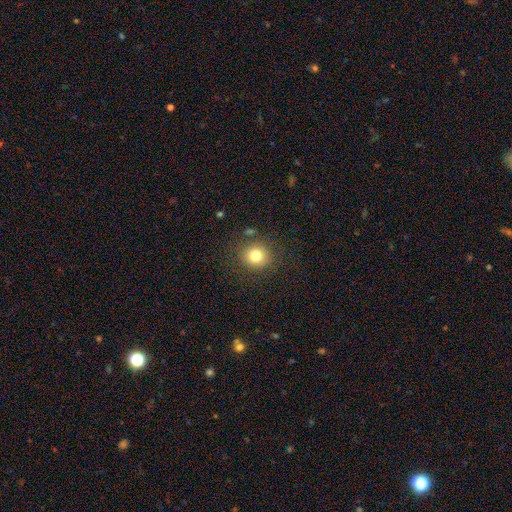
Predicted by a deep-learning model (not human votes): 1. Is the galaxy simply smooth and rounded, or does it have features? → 78% smooth, 13% star or artifact, 9% featured or disk.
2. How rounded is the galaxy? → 86% round, 13% in between, 1% cigar-shaped.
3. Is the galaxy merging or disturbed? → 85% none, 9% minor disturbance, 4% major disturbance, 3% merger.